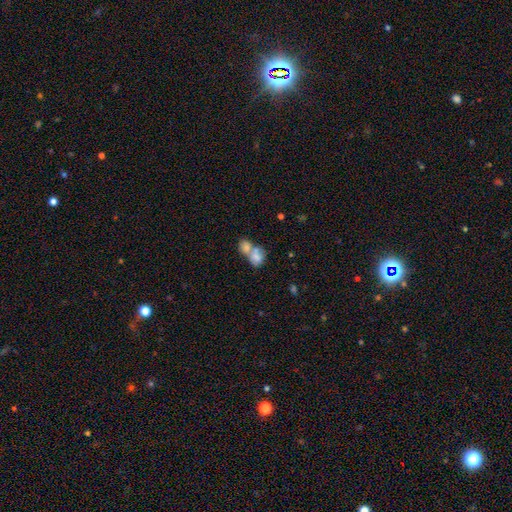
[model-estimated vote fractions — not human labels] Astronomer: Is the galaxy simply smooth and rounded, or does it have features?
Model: smooth — 71%.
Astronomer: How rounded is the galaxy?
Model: in between — 55% (runner-up: round, 43%).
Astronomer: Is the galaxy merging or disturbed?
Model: merger — 73%.